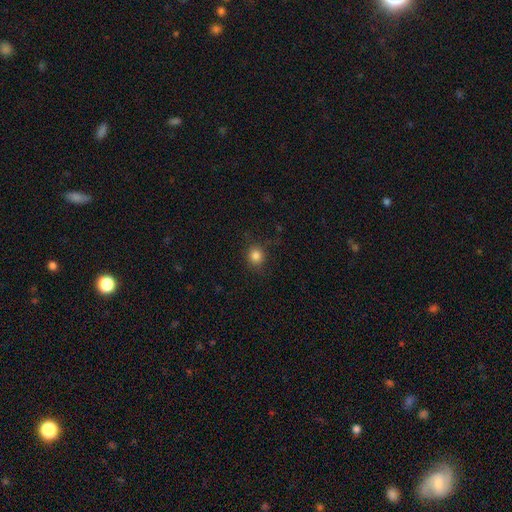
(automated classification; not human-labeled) Overall: smooth (83%). How rounded: round (85%). Merging: none (85%).